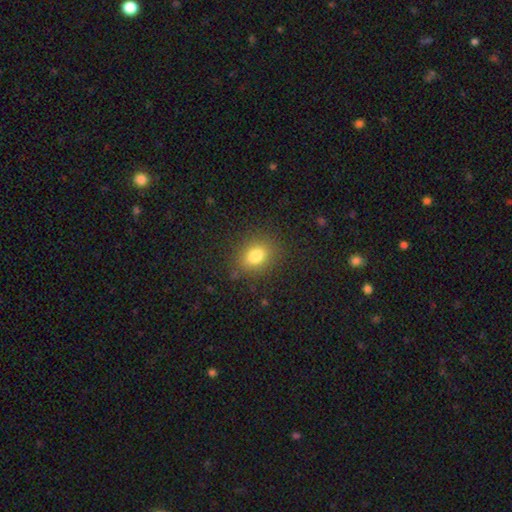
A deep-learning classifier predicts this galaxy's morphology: Overall: smooth (81%). How rounded: in between (56%; round 43%). Merging: none (84%).